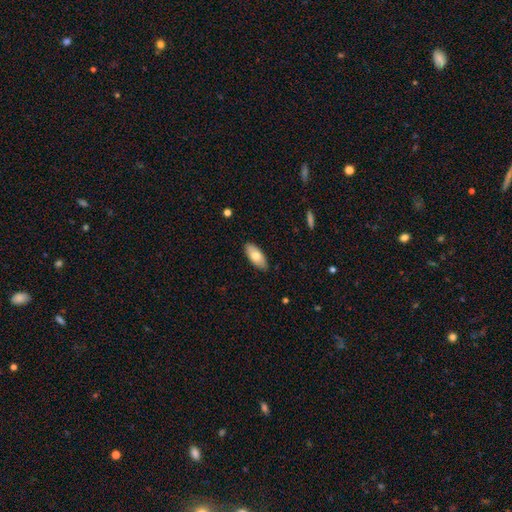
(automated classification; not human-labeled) The model was most divided on "smooth or featured": smooth: 74%, featured or disk: 20%, star or artifact: 6%. More confident: how rounded — in between (87%); merging — none (87%).